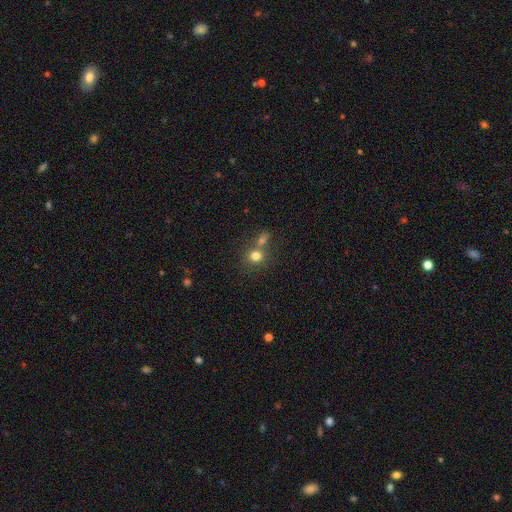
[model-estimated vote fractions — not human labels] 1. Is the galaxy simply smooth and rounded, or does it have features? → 76% smooth, 14% star or artifact, 10% featured or disk.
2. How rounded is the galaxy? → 75% round, 23% in between, 1% cigar-shaped.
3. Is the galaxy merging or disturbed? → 48% none, 39% merger, 9% minor disturbance, 4% major disturbance.